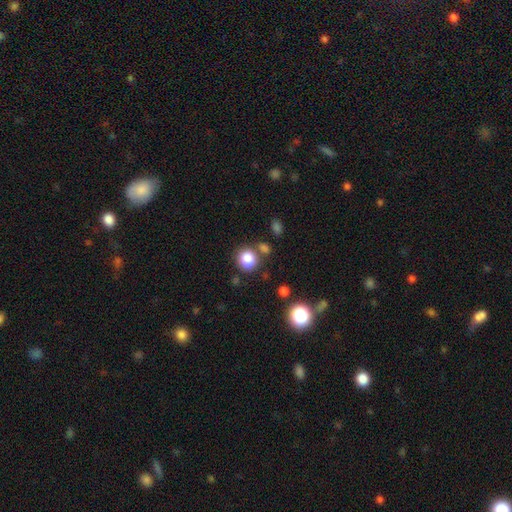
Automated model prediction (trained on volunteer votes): Morphology: type=smooth (54%); roundness=round (90%); merging=none (82%).